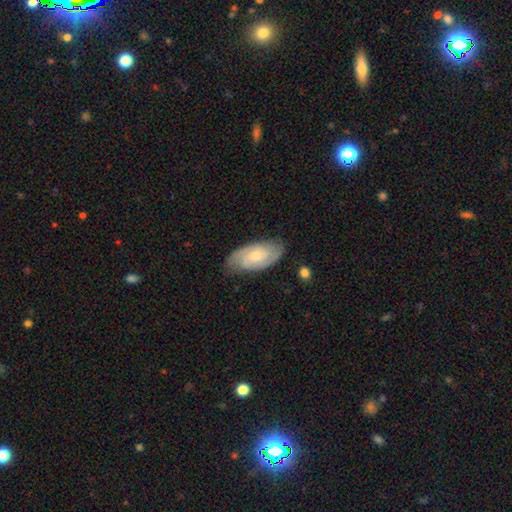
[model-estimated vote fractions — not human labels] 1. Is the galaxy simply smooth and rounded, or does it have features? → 72% featured or disk, 22% smooth, 6% star or artifact.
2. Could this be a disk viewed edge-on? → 93% no, 7% yes.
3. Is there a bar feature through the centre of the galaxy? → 65% no, 30% weak, 5% strong.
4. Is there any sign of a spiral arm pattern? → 92% yes, 8% no.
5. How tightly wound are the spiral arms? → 55% tight, 35% medium, 10% loose.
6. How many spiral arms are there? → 65% 2, 20% can't tell, 8% 3, 3% 1, 2% 4, 2% more than 4.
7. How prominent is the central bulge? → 50% small, 45% moderate, 2% large, 2% none, 1% dominant.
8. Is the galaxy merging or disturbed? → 79% none, 16% minor disturbance, 3% major disturbance, 1% merger.